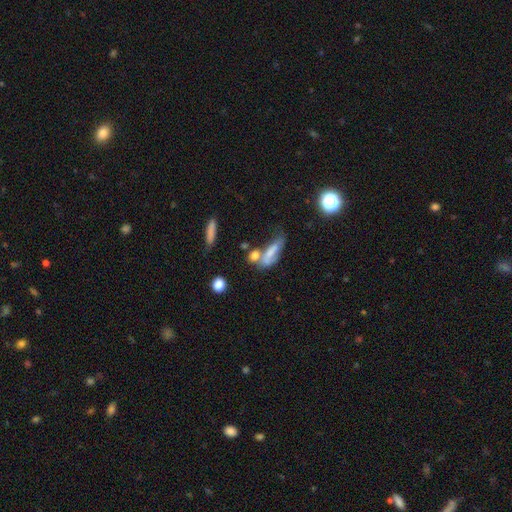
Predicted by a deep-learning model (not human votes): A smooth galaxy with no disk features (58%) that is in between round and cigar-shaped (54%).

Vote fractions:
- Smooth or featured? smooth: 58% / featured or disk: 30% / star or artifact: 11%
- How rounded? in between: 54% / cigar-shaped: 33% / round: 13%
- Merging? merger: 39% / none: 28% / minor disturbance: 16% / major disturbance: 16%